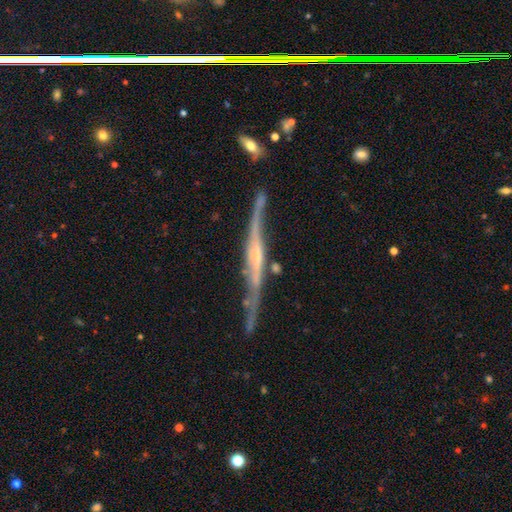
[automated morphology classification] smooth-or-featured: featured or disk: 81% | smooth: 12% | star or artifact: 7%
  disk-edge-on: yes: 86% | no: 14%
    edge-on-bulge: none: 42% | rounded: 33% | boxy: 26%
  merging: none: 56% | minor disturbance: 25% | major disturbance: 11% | merger: 7%